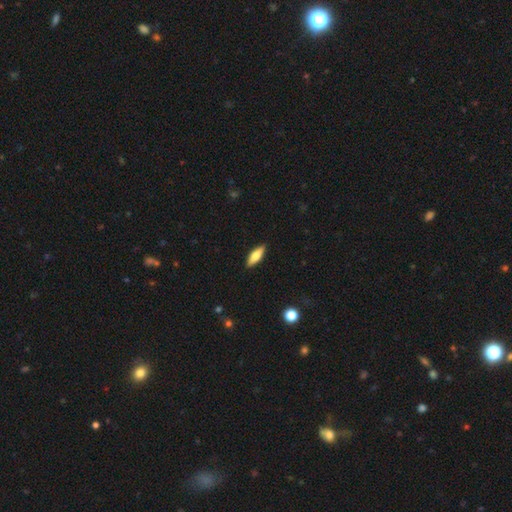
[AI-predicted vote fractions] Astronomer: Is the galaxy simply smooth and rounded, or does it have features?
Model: smooth — 63%.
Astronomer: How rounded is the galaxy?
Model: in between — 51% (runner-up: cigar-shaped, 46%).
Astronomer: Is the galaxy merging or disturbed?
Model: none — 90%.